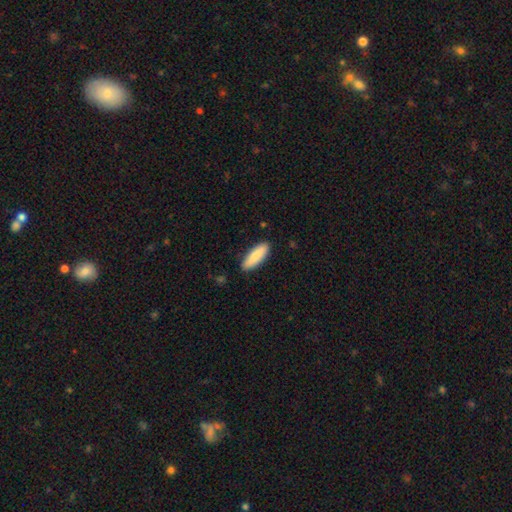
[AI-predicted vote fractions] Smooth or featured? Predicted: smooth (p=0.86). How rounded? Predicted: in between (p=0.54). Merging? Predicted: none (p=0.87).